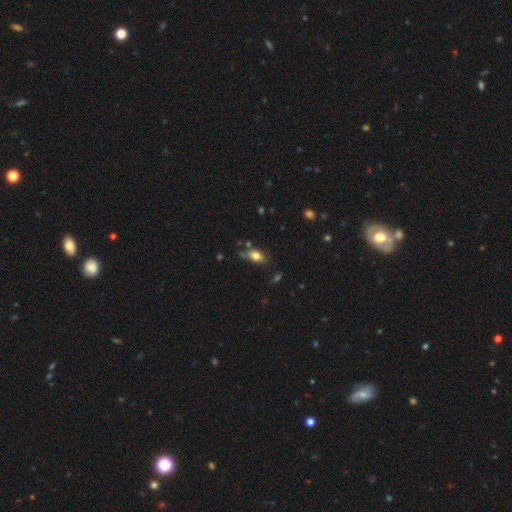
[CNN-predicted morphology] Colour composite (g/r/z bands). It shows a smooth galaxy with no disk features (78%) that is in between round and cigar-shaped (85%). Merging: none (62%).